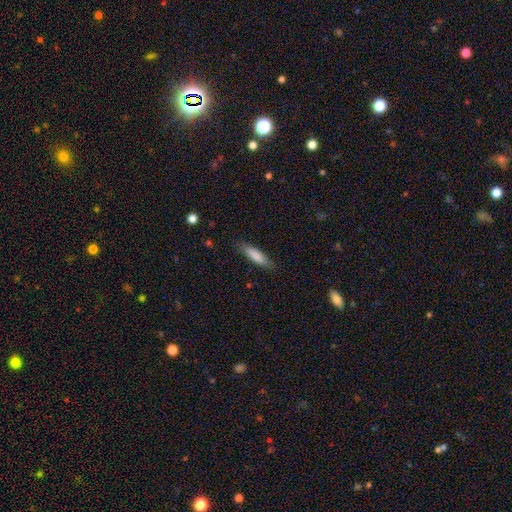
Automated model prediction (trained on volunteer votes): Morphology: type=smooth (84%); roundness=cigar-shaped (66%); merging=none (84%).